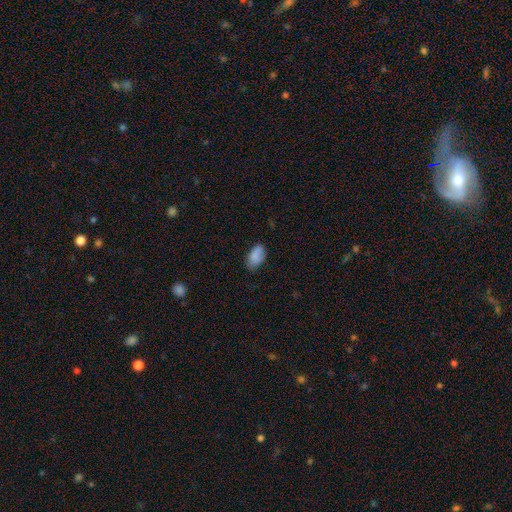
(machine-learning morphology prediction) Q: Smooth or featured?
A: smooth (84%); runner-up: star or artifact (8%)
Q: How rounded?
A: in between (93%); runner-up: round (5%)
Q: Merging?
A: none (67%); runner-up: minor disturbance (26%)